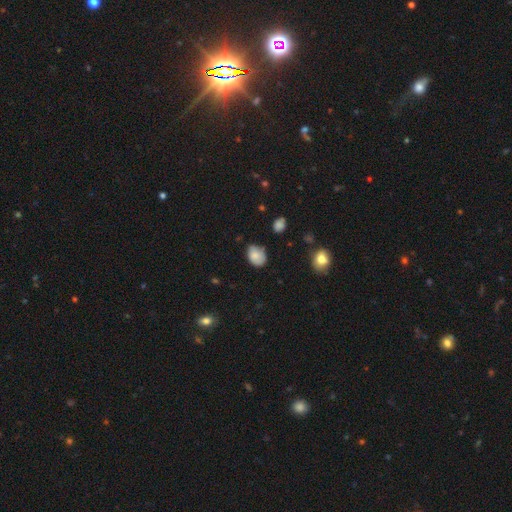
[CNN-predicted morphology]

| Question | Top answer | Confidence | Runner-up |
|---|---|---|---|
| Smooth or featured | smooth | 82% | featured or disk (10%) |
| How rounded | in between | 73% | round (26%) |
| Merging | none | 61% | minor disturbance (31%) |